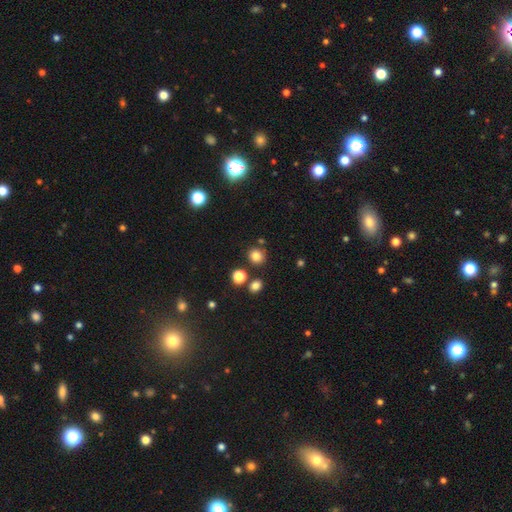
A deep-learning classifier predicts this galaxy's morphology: type=smooth (80%); roundness=round (87%); merging=none (81%).